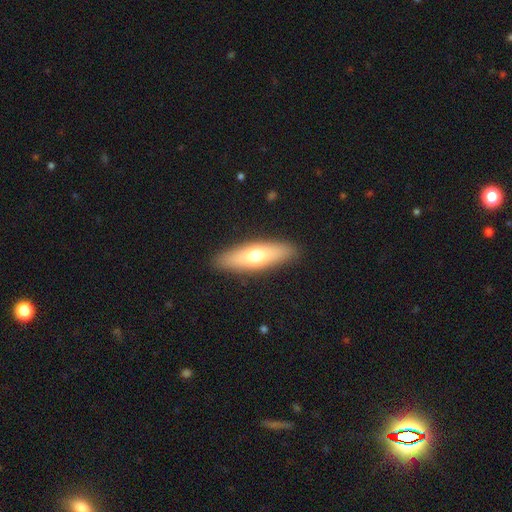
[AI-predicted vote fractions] This is likely a smooth galaxy (63%). How rounded: possibly cigar-shaped (50%). Merging: clearly none (89%).